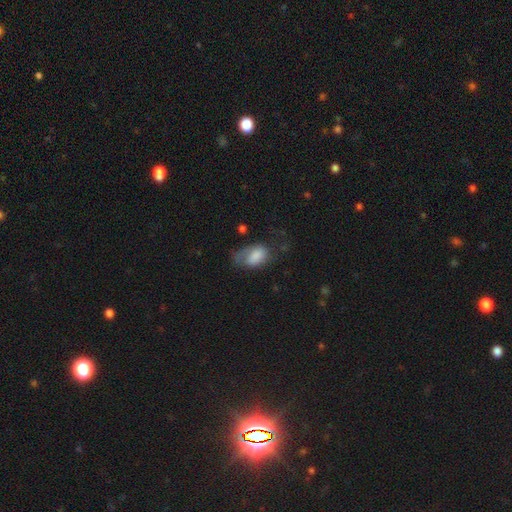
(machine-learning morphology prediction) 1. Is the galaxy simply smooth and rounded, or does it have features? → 69% smooth, 23% featured or disk, 8% star or artifact.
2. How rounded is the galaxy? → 89% in between, 10% round, 2% cigar-shaped.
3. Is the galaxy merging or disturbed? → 34% none, 33% major disturbance, 30% minor disturbance, 3% merger.